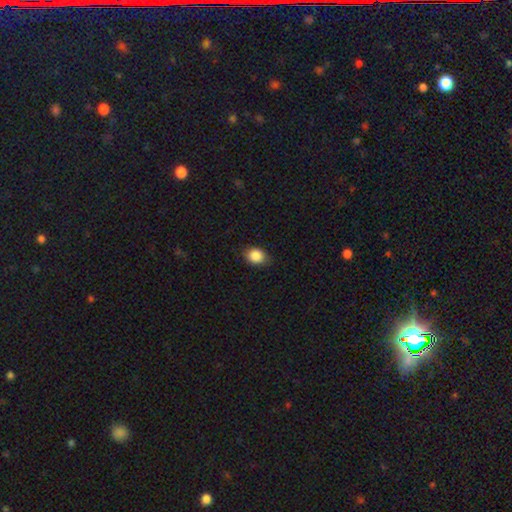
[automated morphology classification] Smooth or featured? Predicted: smooth (p=0.87). How rounded? Predicted: in between (p=0.53). Merging? Predicted: none (p=0.79).